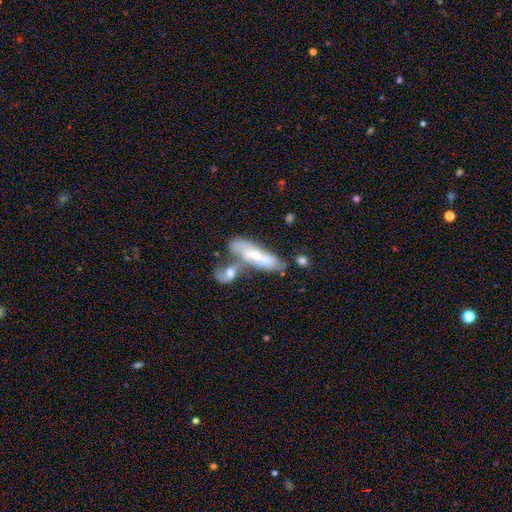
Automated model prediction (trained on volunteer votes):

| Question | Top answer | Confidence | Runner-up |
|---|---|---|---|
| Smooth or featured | featured or disk | 57% | smooth (35%) |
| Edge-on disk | no | 74% | yes (26%) |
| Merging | merger | 60% | none (21%) |